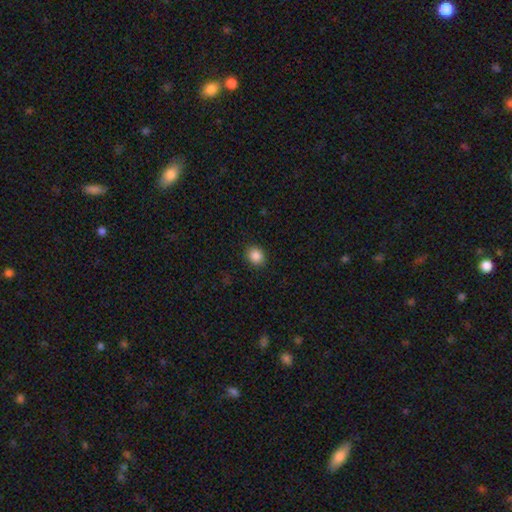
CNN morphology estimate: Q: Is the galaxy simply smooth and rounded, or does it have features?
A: smooth — 87%.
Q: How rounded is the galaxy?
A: round — 72%.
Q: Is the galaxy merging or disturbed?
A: none — 90%.